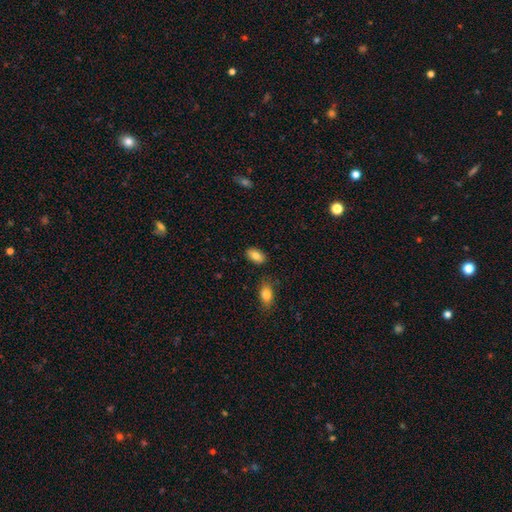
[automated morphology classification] Smooth or featured? Predicted: smooth (p=0.83). How rounded? Predicted: in between (p=0.92). Merging? Predicted: none (p=0.85).